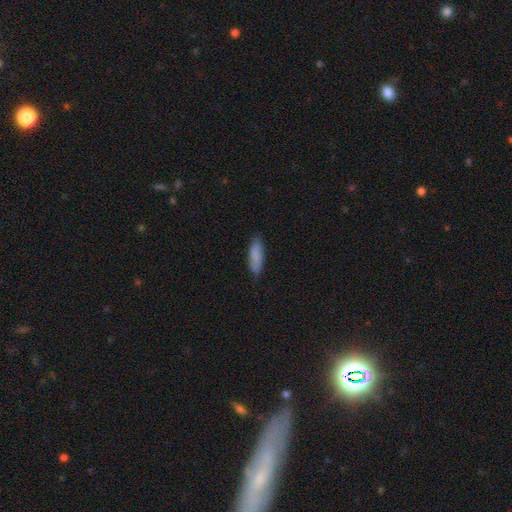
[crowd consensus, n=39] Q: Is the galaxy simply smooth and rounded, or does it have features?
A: smooth — 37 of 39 (95%).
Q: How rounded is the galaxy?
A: cigar-shaped — 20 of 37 (54%).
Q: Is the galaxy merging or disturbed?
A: none — 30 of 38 (79%).